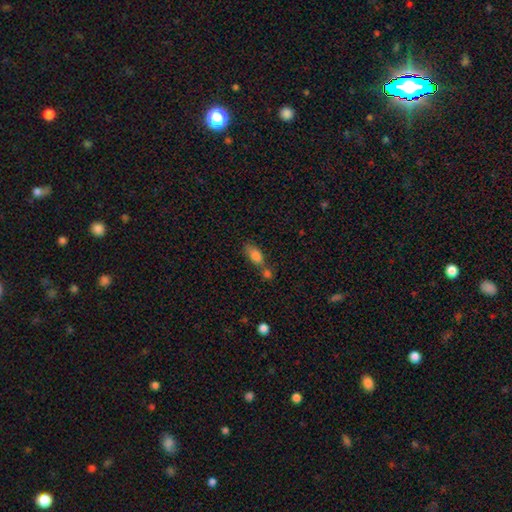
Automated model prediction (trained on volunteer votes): Smooth or featured?
  - smooth: 81% *
  - featured or disk: 10%
  - star or artifact: 10%
How rounded?
  - in between: 83% *
  - cigar-shaped: 11%
  - round: 7%
Merging?
  - merger: 46% *
  - none: 35%
  - minor disturbance: 13%
  - major disturbance: 6%